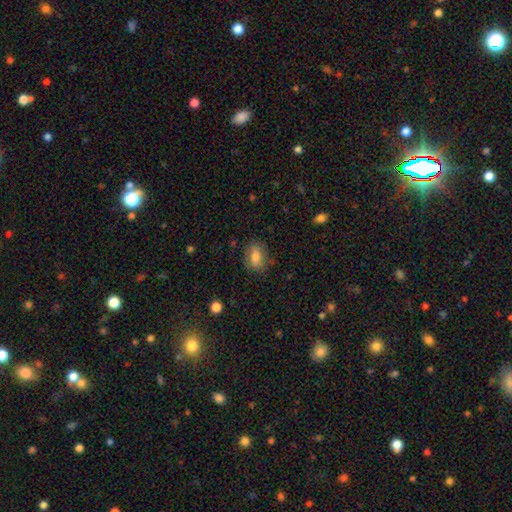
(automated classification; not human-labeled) Smooth or featured?
  - smooth: 75% *
  - featured or disk: 17%
  - star or artifact: 8%
How rounded?
  - in between: 80% *
  - round: 17%
  - cigar-shaped: 3%
Merging?
  - none: 77% *
  - minor disturbance: 16%
  - major disturbance: 5%
  - merger: 1%